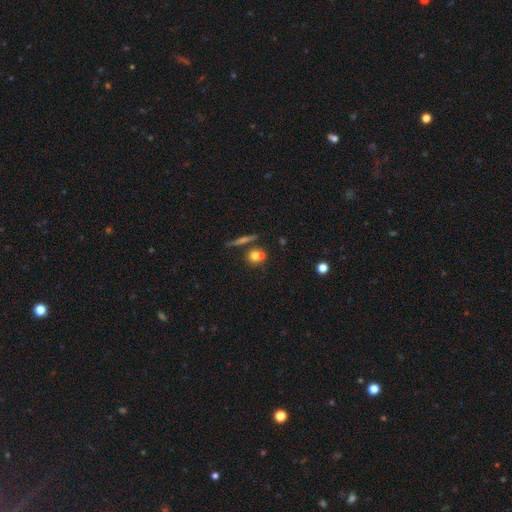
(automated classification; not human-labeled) A smooth galaxy with no disk features (68%) that is round (80%). Merging: none (56%).